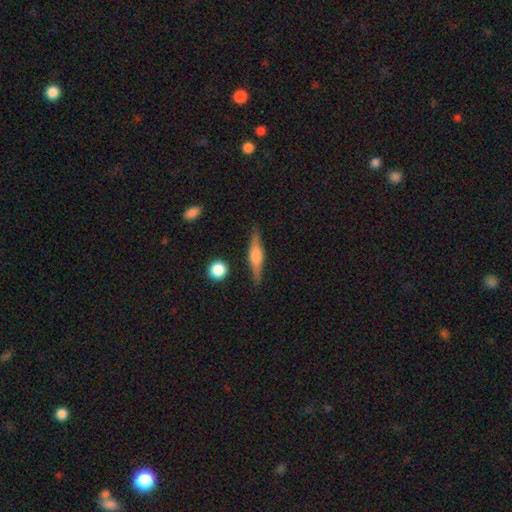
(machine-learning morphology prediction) Smooth or featured?
  - featured or disk: 64% *
  - smooth: 30%
  - star or artifact: 7%
Edge-on disk?
  - yes: 97% *
  - no: 3%
Edge-on bulge?
  - rounded: 78% *
  - boxy: 17%
  - none: 5%
Merging?
  - none: 87% *
  - minor disturbance: 9%
  - major disturbance: 2%
  - merger: 2%